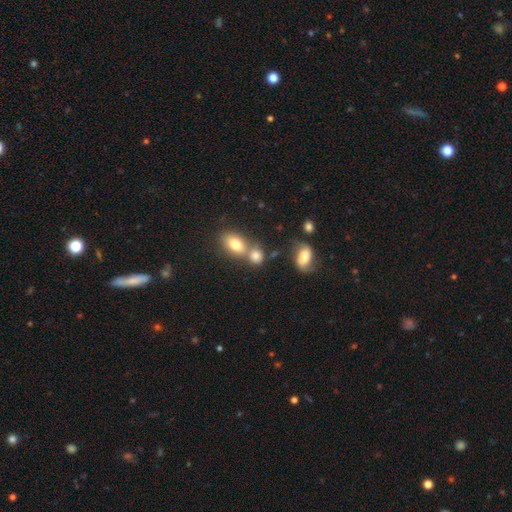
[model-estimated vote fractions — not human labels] A smooth galaxy with no disk features (79%) that is in between round and cigar-shaped (51%).

Vote fractions:
- Smooth or featured? smooth: 79% / star or artifact: 11% / featured or disk: 10%
- How rounded? in between: 51% / round: 47% / cigar-shaped: 2%
- Merging? merger: 43% (tied) / none: 43% (tied) / minor disturbance: 10% / major disturbance: 4%